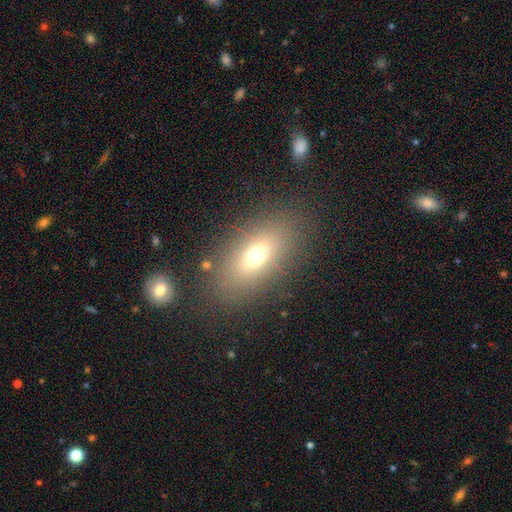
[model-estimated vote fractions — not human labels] This appears to be a smooth galaxy with no disk features (66%) that is in between round and cigar-shaped (80%). Merging: none (80%).